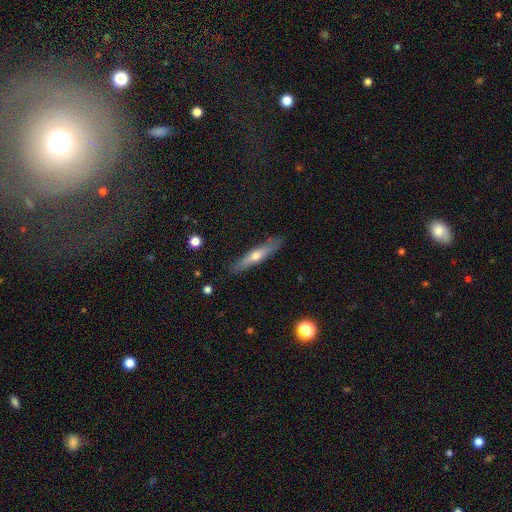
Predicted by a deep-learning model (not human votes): Smooth or featured?
  - featured or disk: 53% *
  - smooth: 40%
  - star or artifact: 7%
Edge-on disk?
  - yes: 90% *
  - no: 10%
Merging?
  - none: 87% *
  - minor disturbance: 10%
  - major disturbance: 2%
  - merger: 1%